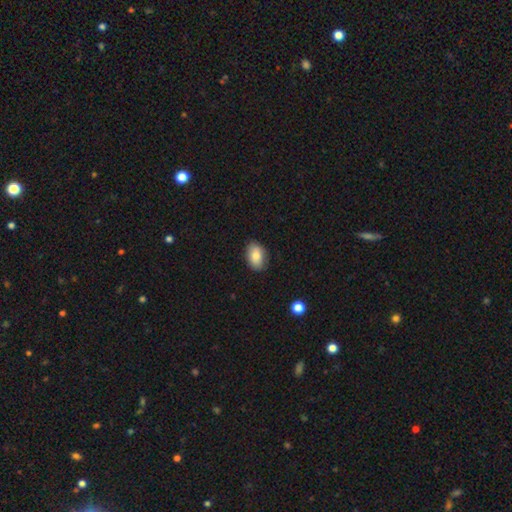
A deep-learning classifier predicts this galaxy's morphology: A smooth galaxy with no disk features (82%) that is in between round and cigar-shaped (88%).

Vote fractions:
- Smooth or featured? smooth: 82% / featured or disk: 10% / star or artifact: 7%
- How rounded? in between: 88% / round: 11% / cigar-shaped: 1%
- Merging? none: 85% / minor disturbance: 12% / major disturbance: 2% / merger: 1%